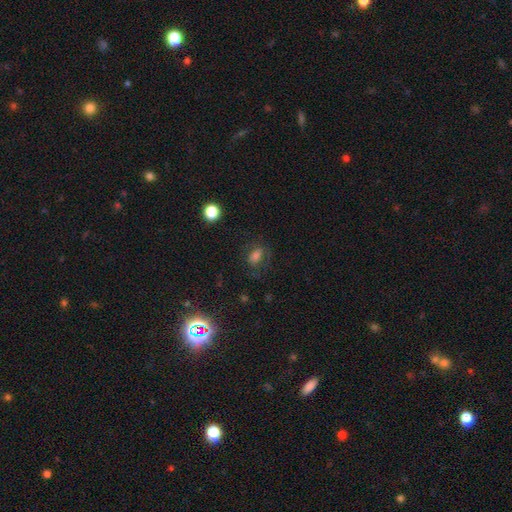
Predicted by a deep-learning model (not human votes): Smooth or featured? smooth (67%)
How rounded? in between (76%)
Merging? none (65%)